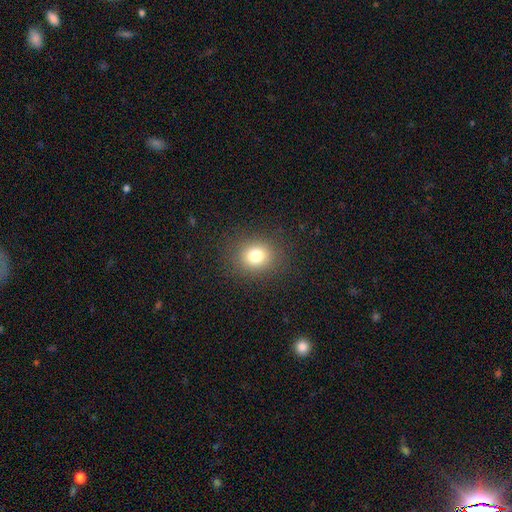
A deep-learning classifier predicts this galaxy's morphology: Overall: smooth (78%). How rounded: round (71%). Merging: none (88%).